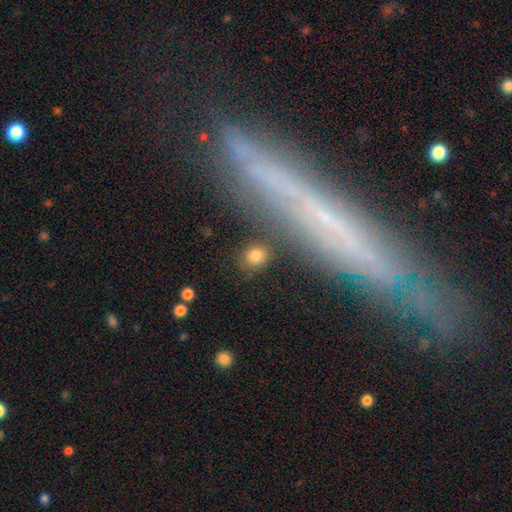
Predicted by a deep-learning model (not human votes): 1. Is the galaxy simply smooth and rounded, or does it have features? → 80% smooth, 12% star or artifact, 8% featured or disk.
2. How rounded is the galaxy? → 68% round, 31% in between, 2% cigar-shaped.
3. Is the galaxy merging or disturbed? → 84% none, 9% minor disturbance, 4% merger, 3% major disturbance.